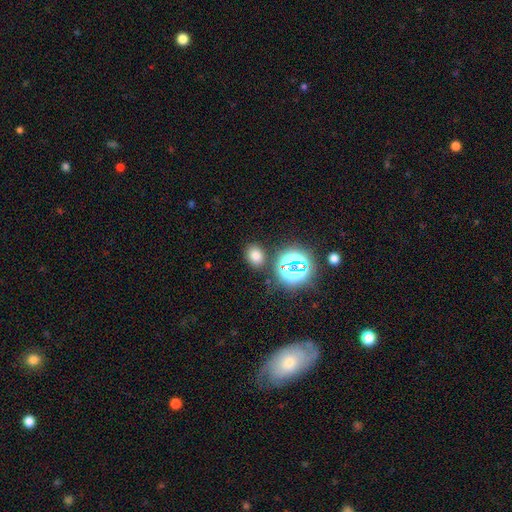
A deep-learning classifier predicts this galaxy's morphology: This appears to be a smooth galaxy with no disk features (71%) that is in between round and cigar-shaped (52%). Merging: none (82%).